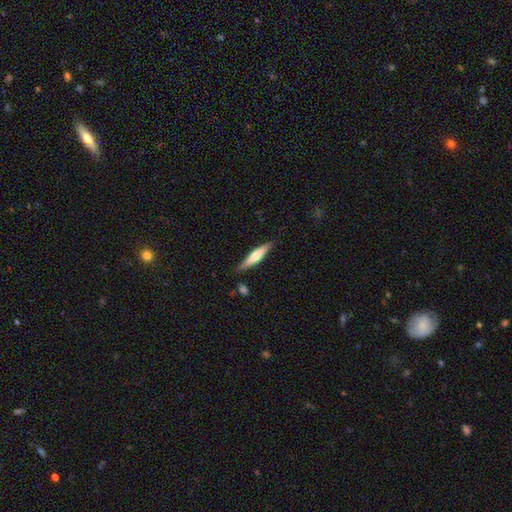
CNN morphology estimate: Smooth or featured?
  - smooth: 50% *
  - featured or disk: 45%
  - star or artifact: 6%
Merging?
  - none: 83% *
  - minor disturbance: 12%
  - merger: 2%
  - major disturbance: 2%